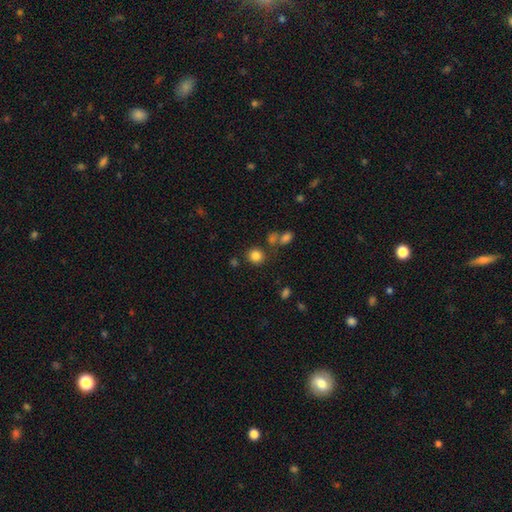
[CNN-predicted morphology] This appears to be a smooth galaxy with no disk features (82%) that is round (87%). Merging: none (78%).